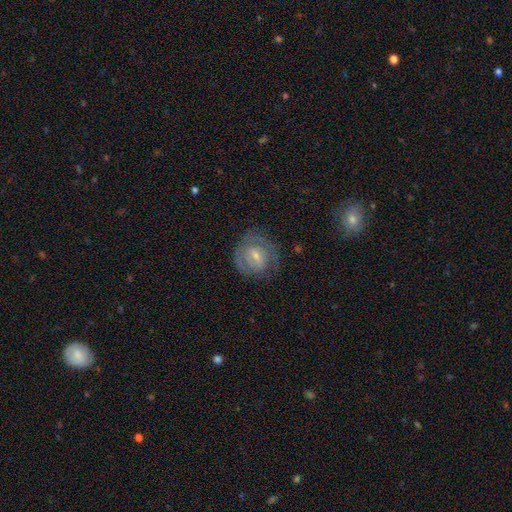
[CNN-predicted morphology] Smooth or featured: featured or disk — 69% (smooth — 22%)
Edge-on disk: no — 97% (yes — 3%)
Bar: weak — 50% (no — 32%)
Spiral arms: yes — 84% (no — 16%)
Spiral winding: tight — 64% (medium — 29%)
Spiral arm count: 2 — 42% (can't tell — 37%)
Bulge size: small — 58% (moderate — 35%)
Merging: none — 73% (minor disturbance — 17%)